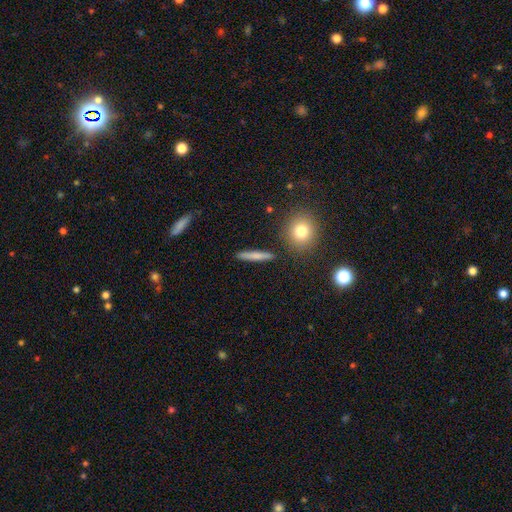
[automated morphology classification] smooth-or-featured: smooth: 71% | featured or disk: 22% | star or artifact: 7%
  how-rounded: cigar-shaped: 89% | in between: 7% | round: 3%
  merging: none: 89% | minor disturbance: 7% | merger: 2% | major disturbance: 2%